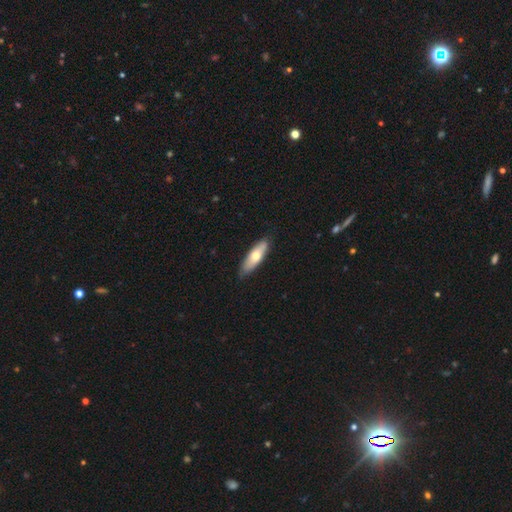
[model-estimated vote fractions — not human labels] This is likely a smooth galaxy (64%). How rounded: possibly in between (52%). Merging: clearly none (84%).